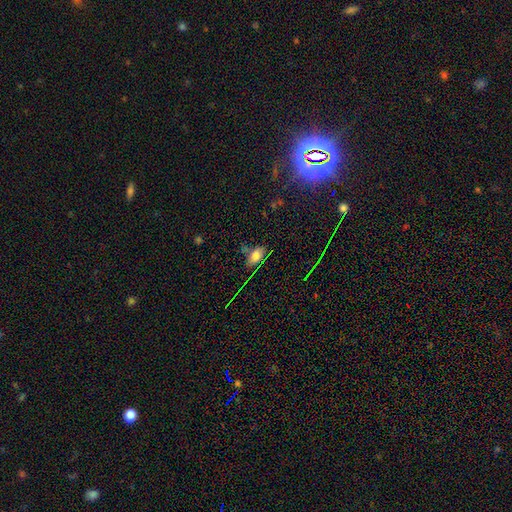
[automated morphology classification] Q: Smooth or featured?
A: smooth (70%); runner-up: star or artifact (18%)
Q: How rounded?
A: in between (86%); runner-up: round (11%)
Q: Merging?
A: none (61%); runner-up: minor disturbance (23%)